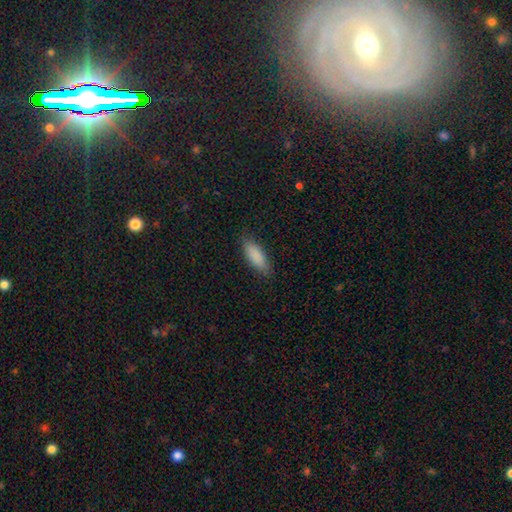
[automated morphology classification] smooth_or_featured: smooth (p=0.88) [alt: star or artifact p=0.06]
how_rounded: in between (p=0.66) [alt: cigar-shaped p=0.32]
merging: none (p=0.85) [alt: minor disturbance p=0.12]